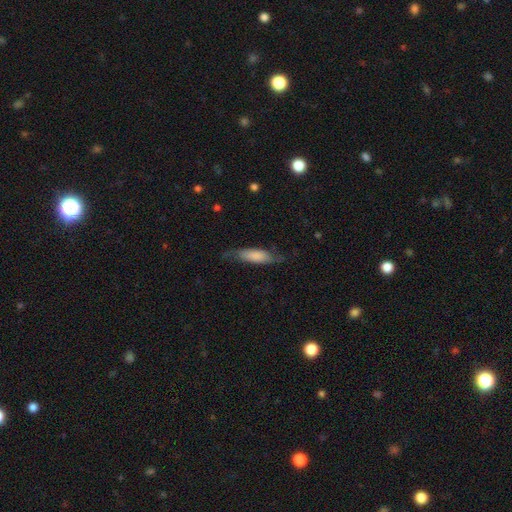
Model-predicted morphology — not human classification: Smooth or featured: smooth — 66% (featured or disk — 28%)
How rounded: cigar-shaped — 50% (in between — 48%)
Merging: none — 64% (minor disturbance — 25%)